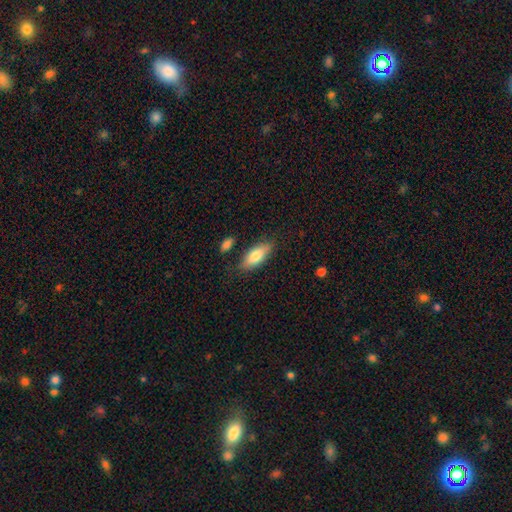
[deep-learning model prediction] smooth_or_featured: smooth (p=0.77) [alt: featured or disk p=0.17]
how_rounded: in between (p=0.73) [alt: cigar-shaped p=0.25]
merging: none (p=0.77) [alt: minor disturbance p=0.15]